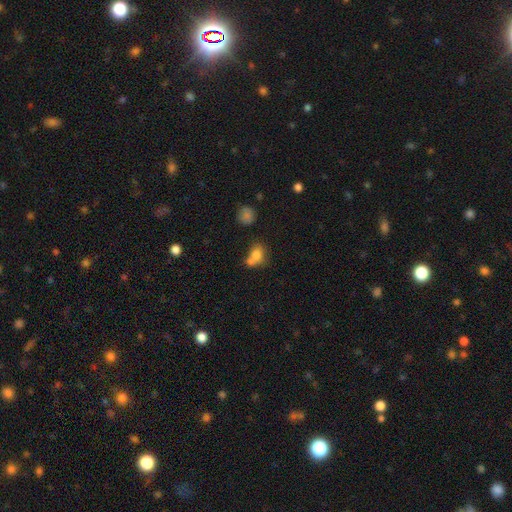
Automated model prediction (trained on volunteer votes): smooth 77%, featured or disk 12%, star or artifact 11%. Down the decision tree: how rounded — round (50%); merging — merger (46%).